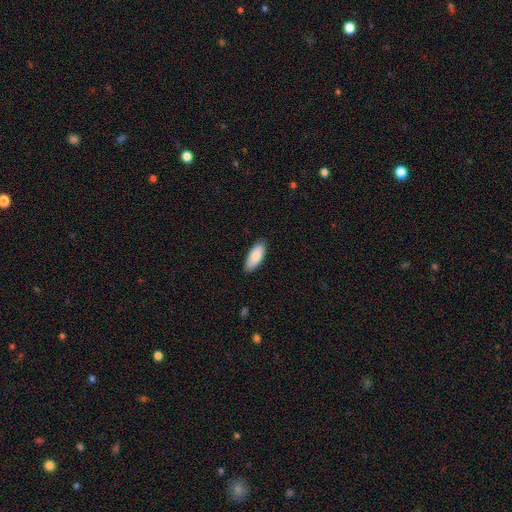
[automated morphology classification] A smooth galaxy with no disk features (85%) that is in between round and cigar-shaped (82%).

Vote fractions:
- Smooth or featured? smooth: 85% / featured or disk: 9% / star or artifact: 6%
- How rounded? in between: 82% / cigar-shaped: 17% / round: 2%
- Merging? none: 86% / minor disturbance: 11% / major disturbance: 2% / merger: 1%